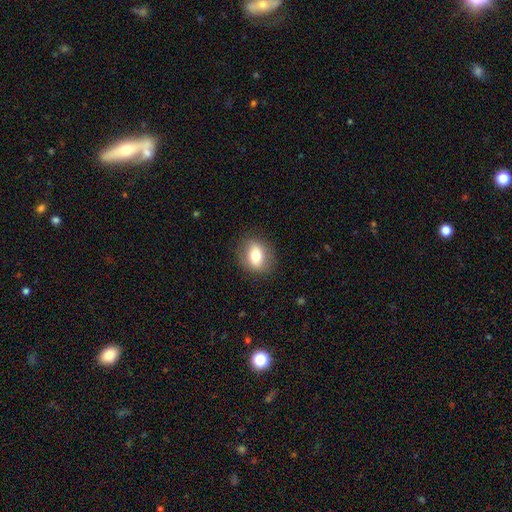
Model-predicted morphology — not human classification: Smooth or featured: smooth — 73% (featured or disk — 18%)
How rounded: in between — 51% (round — 47%)
Merging: none — 85% (minor disturbance — 10%)